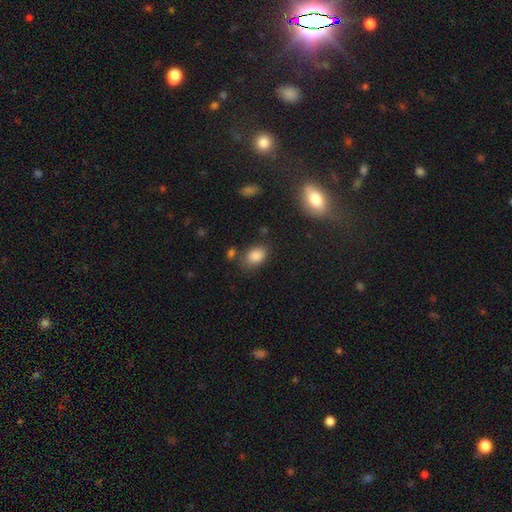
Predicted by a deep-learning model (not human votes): smooth_or_featured: smooth (p=0.85) [alt: star or artifact p=0.10]
how_rounded: in between (p=0.84) [alt: round p=0.15]
merging: none (p=0.72) [alt: minor disturbance p=0.17]